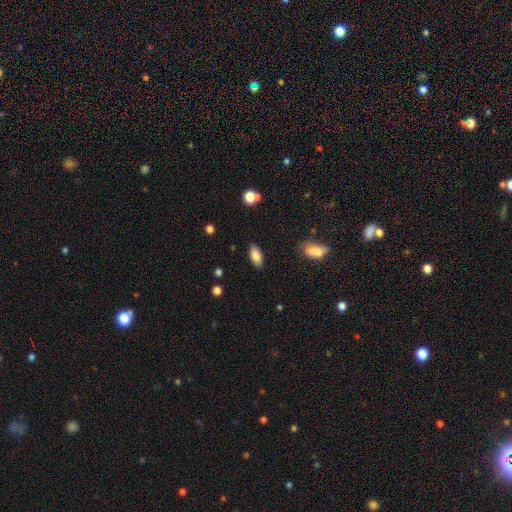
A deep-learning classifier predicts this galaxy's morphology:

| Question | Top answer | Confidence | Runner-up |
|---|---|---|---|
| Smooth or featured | smooth | 84% | featured or disk (8%) |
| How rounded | in between | 89% | cigar-shaped (7%) |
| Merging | none | 86% | minor disturbance (10%) |